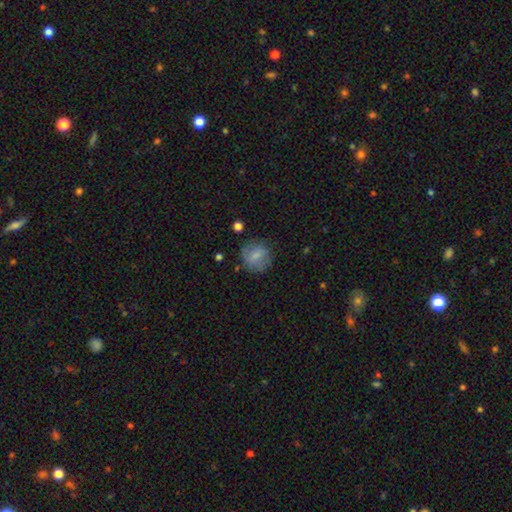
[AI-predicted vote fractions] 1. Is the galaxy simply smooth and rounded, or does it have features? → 72% smooth, 19% featured or disk, 8% star or artifact.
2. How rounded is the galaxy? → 83% round, 16% in between, 1% cigar-shaped.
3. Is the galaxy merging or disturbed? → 74% none, 18% minor disturbance, 7% major disturbance, 2% merger.